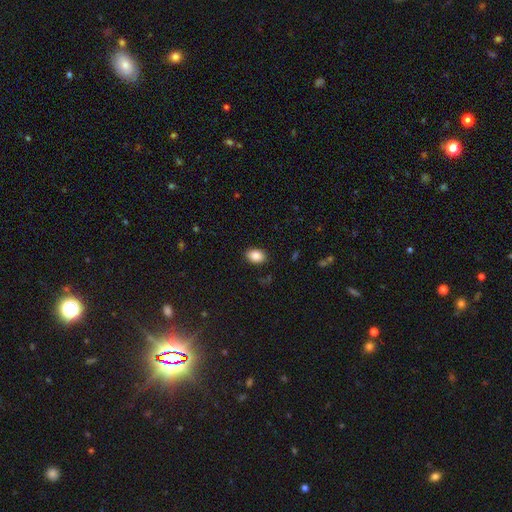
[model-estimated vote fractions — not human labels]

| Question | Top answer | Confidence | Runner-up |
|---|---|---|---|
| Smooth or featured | smooth | 87% | star or artifact (8%) |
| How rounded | in between | 80% | round (19%) |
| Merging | none | 88% | minor disturbance (9%) |